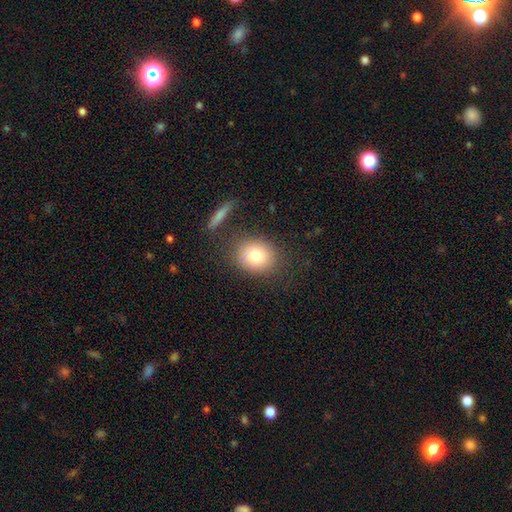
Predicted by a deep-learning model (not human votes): smooth 78%, featured or disk 12%, star or artifact 10%. Down the decision tree: how rounded — round (61%); merging — none (78%).